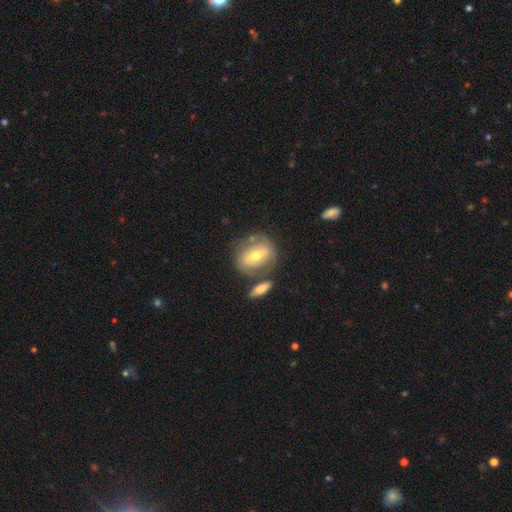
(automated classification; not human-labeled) Morphology: type=featured or disk (48%); merging=none (59%).